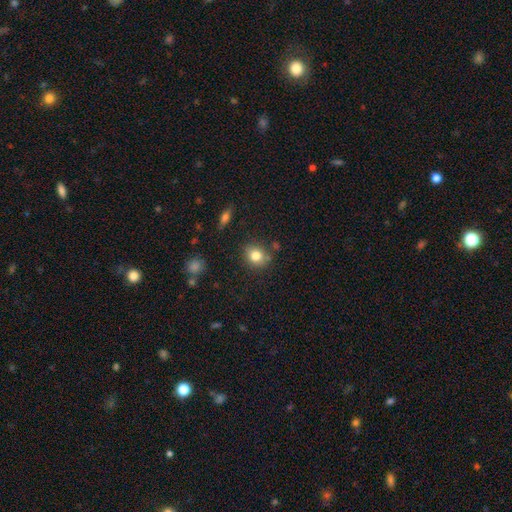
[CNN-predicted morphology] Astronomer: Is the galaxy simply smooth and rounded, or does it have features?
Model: smooth — 81%.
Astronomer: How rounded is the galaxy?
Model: round — 72%.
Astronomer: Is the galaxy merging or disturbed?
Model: none — 79%.